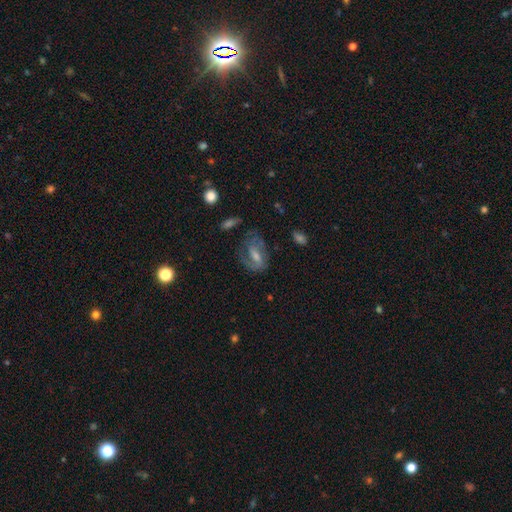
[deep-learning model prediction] A featured or disk galaxy (63%) with a weak bar (46%), spiral arms (77%) and a moderate central bulge (45%). Merging: none (56%).